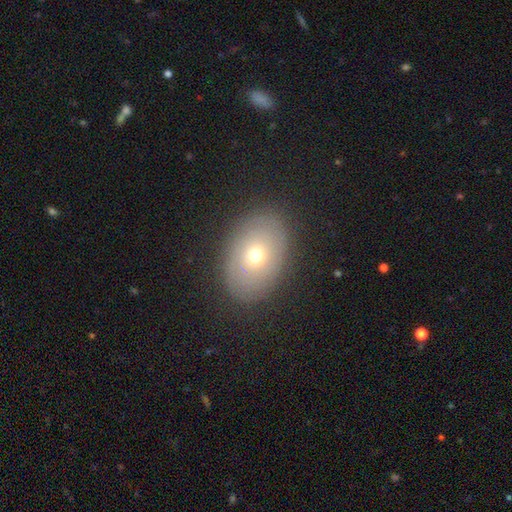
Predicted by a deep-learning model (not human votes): Q: Smooth or featured?
A: smooth (58%); runner-up: featured or disk (30%)
Q: How rounded?
A: in between (76%); runner-up: round (23%)
Q: Merging?
A: none (84%); runner-up: minor disturbance (11%)